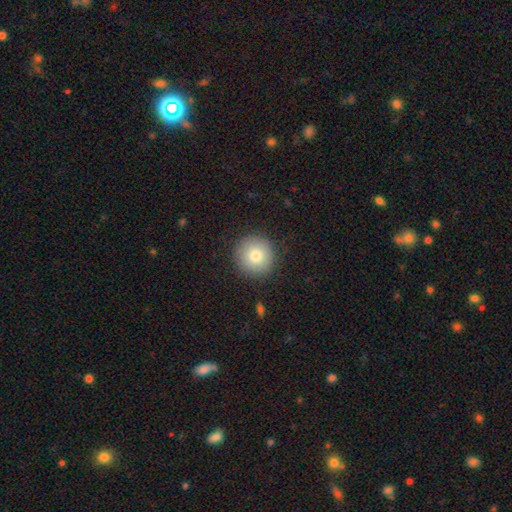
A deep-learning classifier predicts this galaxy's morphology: A smooth galaxy with no disk features (79%) that is round (95%).

Vote fractions:
- Smooth or featured? smooth: 79% / featured or disk: 12% / star or artifact: 9%
- How rounded? round: 95% / in between: 4% / cigar-shaped: 1%
- Merging? none: 90% / minor disturbance: 7% / major disturbance: 2% / merger: 1%